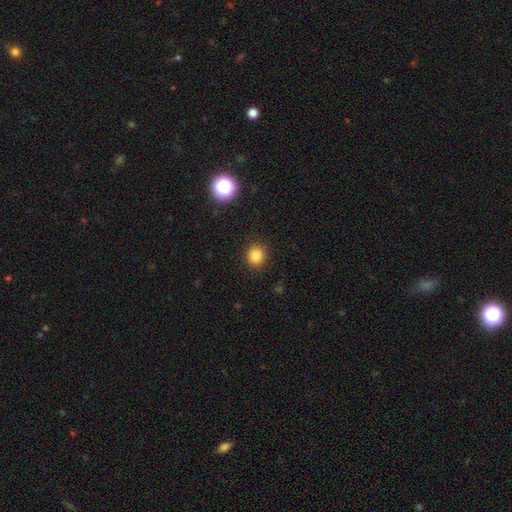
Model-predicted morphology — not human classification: Overall: smooth (84%). How rounded: round (83%). Merging: none (90%).